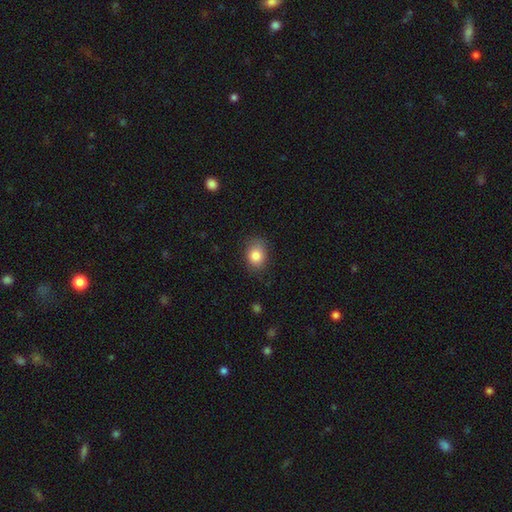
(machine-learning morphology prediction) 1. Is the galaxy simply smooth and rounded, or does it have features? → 83% smooth, 9% star or artifact, 7% featured or disk.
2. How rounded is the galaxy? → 59% in between, 40% round, 1% cigar-shaped.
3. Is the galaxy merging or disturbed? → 78% none, 17% minor disturbance, 4% major disturbance, 1% merger.